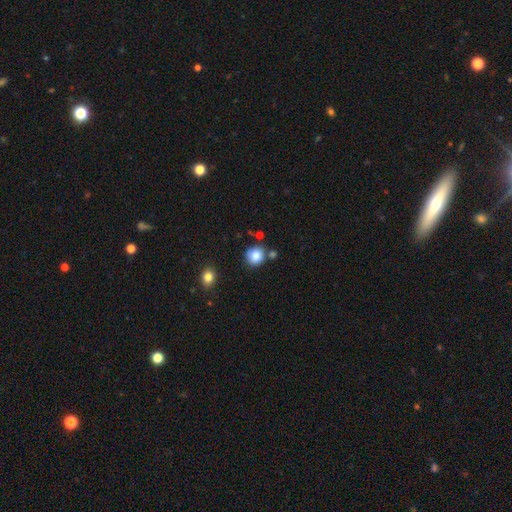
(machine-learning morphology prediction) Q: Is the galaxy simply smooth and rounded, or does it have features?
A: smooth — 85%.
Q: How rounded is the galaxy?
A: round — 89%.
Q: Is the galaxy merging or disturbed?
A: none — 76%.